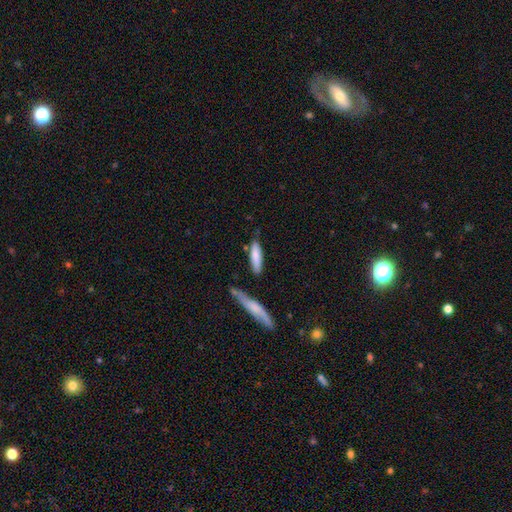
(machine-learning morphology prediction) A smooth galaxy with no disk features (78%) that is cigar-shaped (70%). Merging: none (71%).